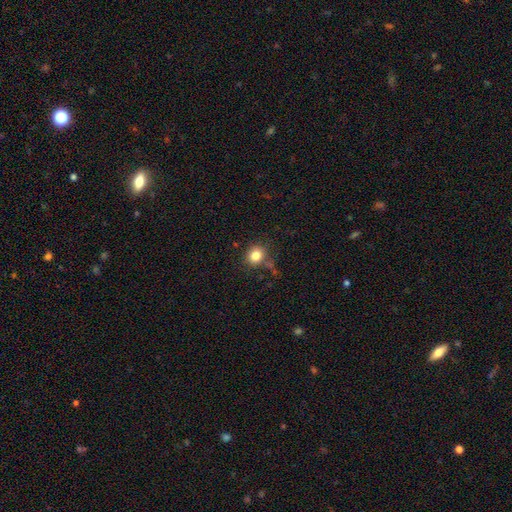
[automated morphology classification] This is clearly a smooth galaxy (82%). How rounded: likely round (76%). Merging: likely none (75%).